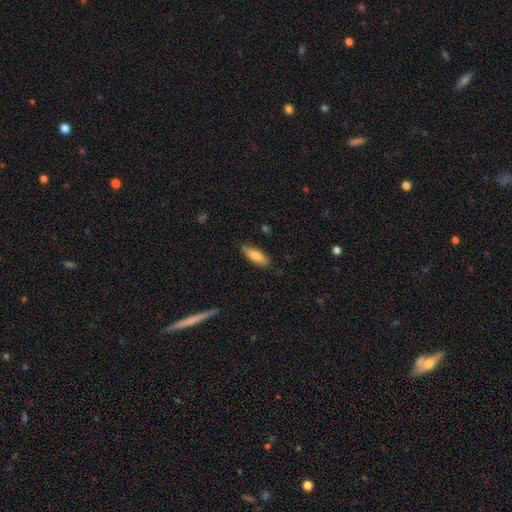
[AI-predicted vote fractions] The model was most divided on "how rounded": in between: 58%, cigar-shaped: 41%, round: 2%. More confident: merging — none (84%); smooth or featured — smooth (81%).